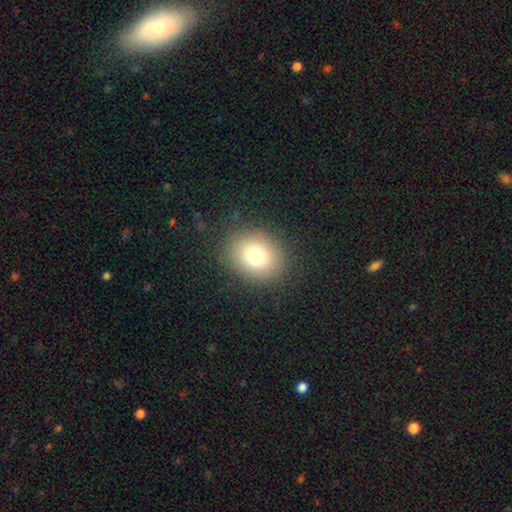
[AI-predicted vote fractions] Overall: smooth (76%). How rounded: round (62%; in between 38%). Merging: none (85%).